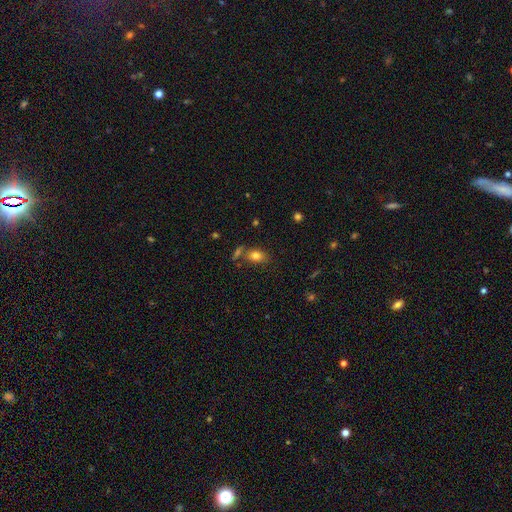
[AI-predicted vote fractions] smooth_or_featured: smooth (p=0.80) [alt: star or artifact p=0.10]
how_rounded: in between (p=0.79) [alt: round p=0.18]
merging: none (p=0.69) [alt: merger p=0.14]